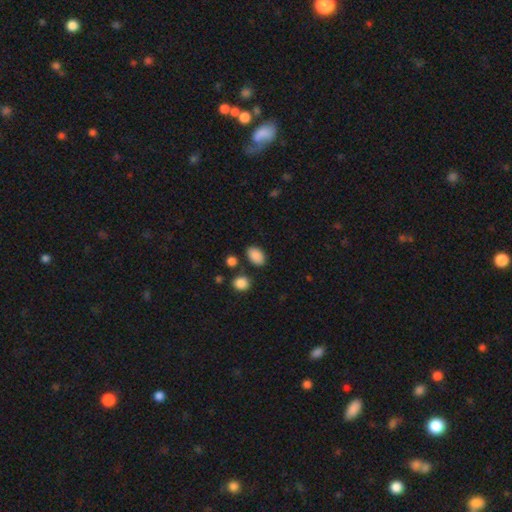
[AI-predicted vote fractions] smooth-or-featured: smooth: 88% | star or artifact: 8% | featured or disk: 4%
  how-rounded: in between: 86% | round: 13% | cigar-shaped: 1%
  merging: none: 80% | minor disturbance: 12% | merger: 5% | major disturbance: 3%